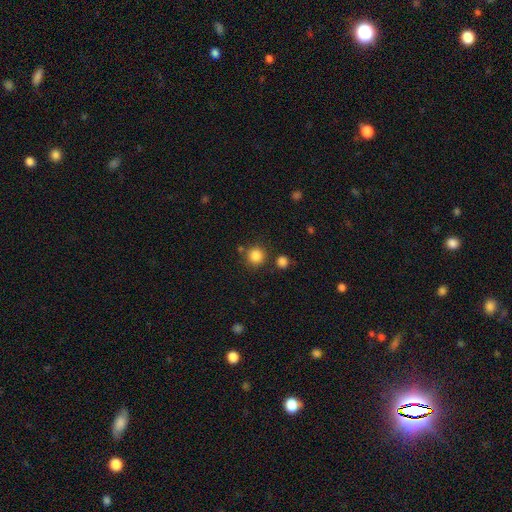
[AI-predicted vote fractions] Morphology: type=smooth (84%); roundness=round (93%); merging=none (81%).